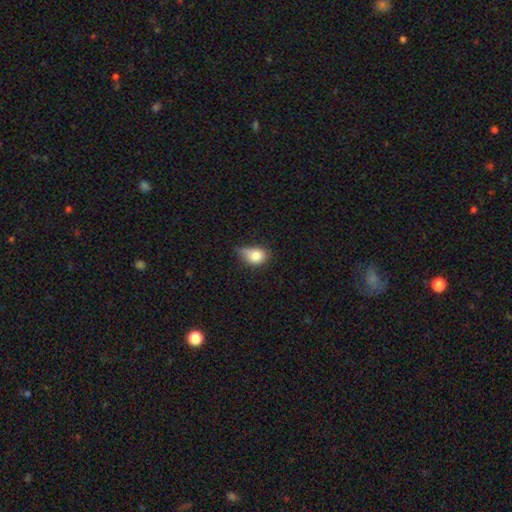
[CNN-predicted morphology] The model was most divided on "merging": minor disturbance: 47%, none: 30%, major disturbance: 18%, merger: 4%. More confident: smooth or featured — smooth (79%); how rounded — in between (64%).